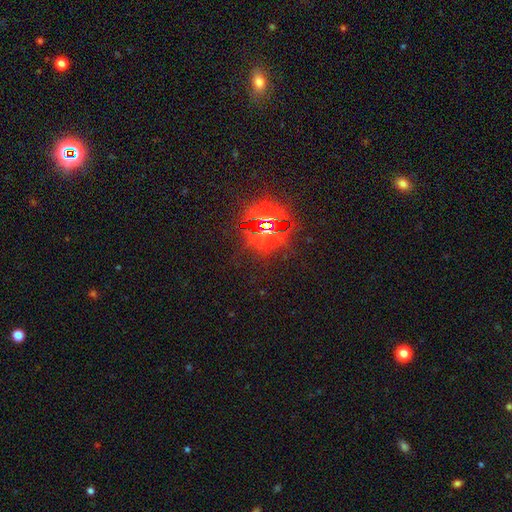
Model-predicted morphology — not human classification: This is clearly a star or artifact rather than a galaxy (83%).